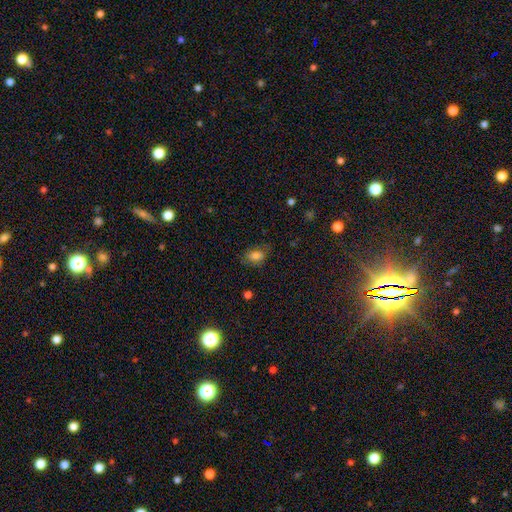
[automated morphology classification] type=smooth (75%); roundness=in between (84%); merging=none (69%).